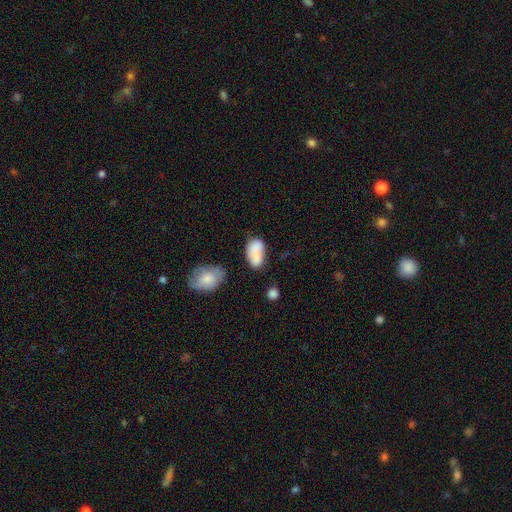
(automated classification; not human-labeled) smooth_or_featured: smooth (p=0.78) [alt: featured or disk p=0.13]
how_rounded: in between (p=0.92) [alt: round p=0.06]
merging: none (p=0.50) [alt: minor disturbance p=0.28]